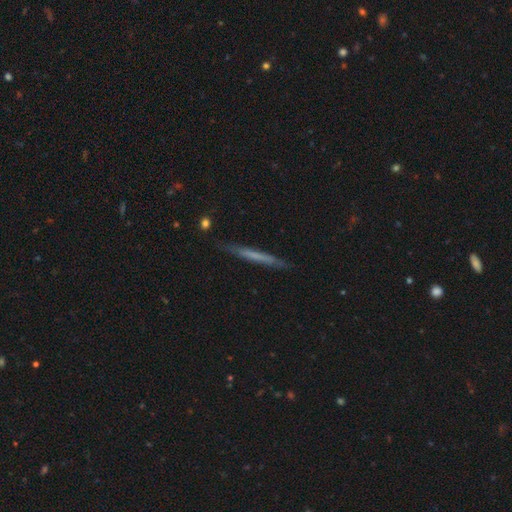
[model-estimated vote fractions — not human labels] Smooth or featured: smooth — 49% (featured or disk — 44%)
Merging: none — 86% (minor disturbance — 10%)